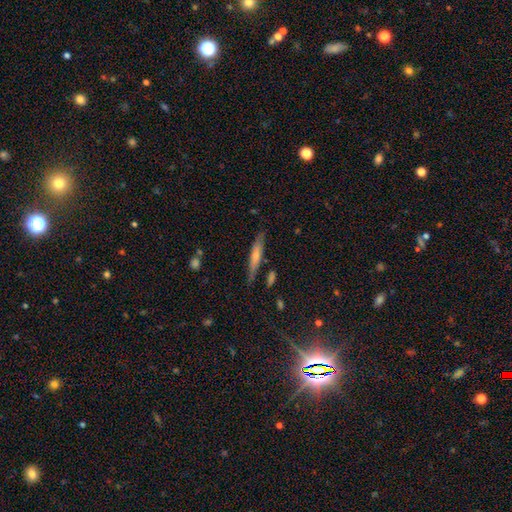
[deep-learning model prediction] smooth-or-featured: featured or disk: 51% | smooth: 40% | star or artifact: 9%
  disk-edge-on: yes: 91% | no: 9%
  merging: none: 83% | minor disturbance: 12% | merger: 3% | major disturbance: 2%